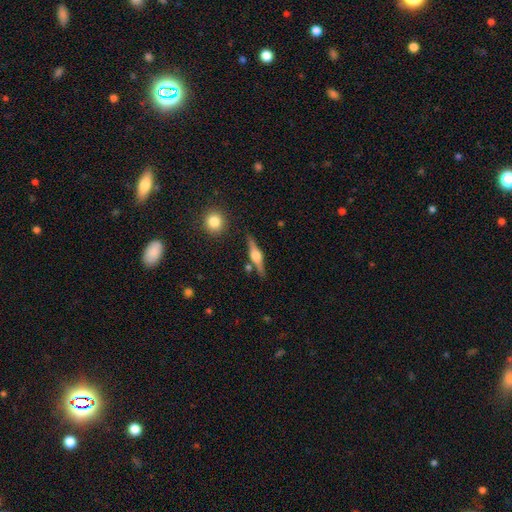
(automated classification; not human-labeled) This appears to be a featured or disk galaxy (76%) viewed edge-on (97%) with a rounded central bulge (90%). Merging: none (84%).